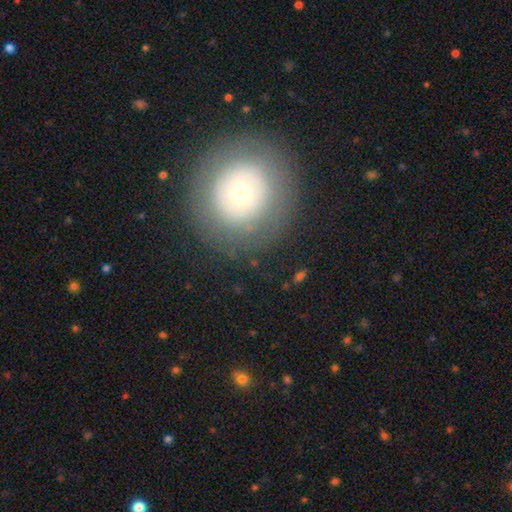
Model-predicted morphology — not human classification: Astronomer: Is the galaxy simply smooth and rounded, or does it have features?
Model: smooth — 47% (runner-up: featured or disk, 41%).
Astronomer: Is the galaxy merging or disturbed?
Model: none — 86%.